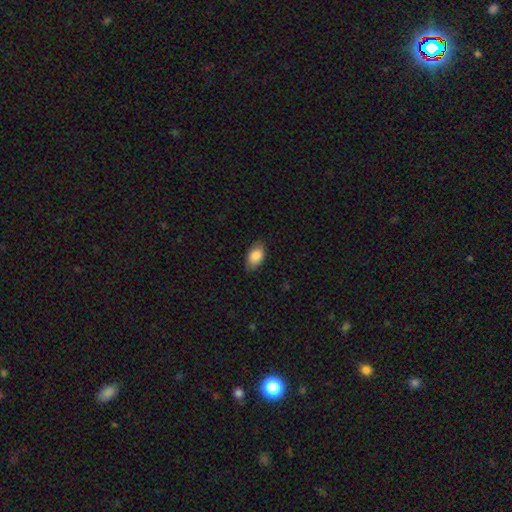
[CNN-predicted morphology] This is clearly a smooth galaxy (86%). How rounded: clearly in between (93%). Merging: clearly none (83%).